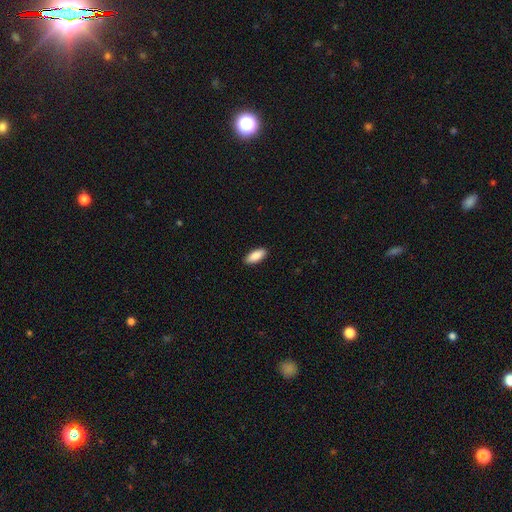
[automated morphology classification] Q: Smooth or featured?
A: smooth (89%); runner-up: star or artifact (6%)
Q: How rounded?
A: in between (81%); runner-up: cigar-shaped (18%)
Q: Merging?
A: none (90%); runner-up: minor disturbance (7%)